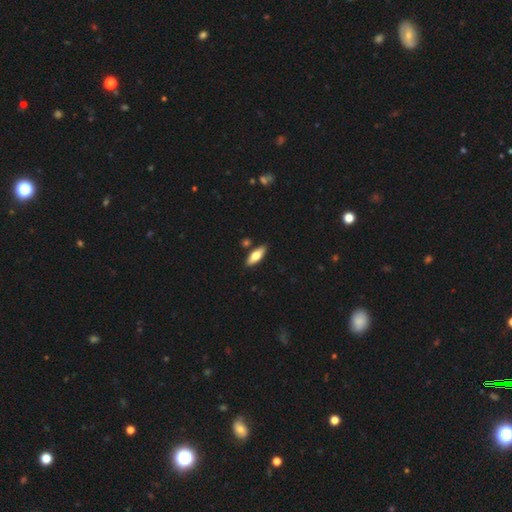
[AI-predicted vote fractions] Smooth or featured? smooth (70%)
How rounded? in between (69%)
Merging? none (85%)